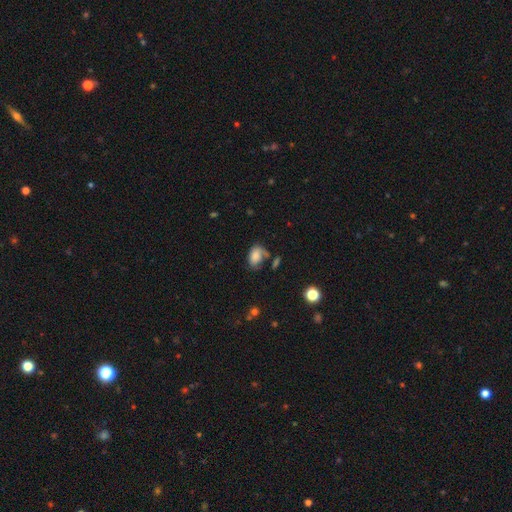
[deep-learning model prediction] This appears to be a smooth galaxy with no disk features (77%) that is in between round and cigar-shaped (86%). Merging: none (44%).